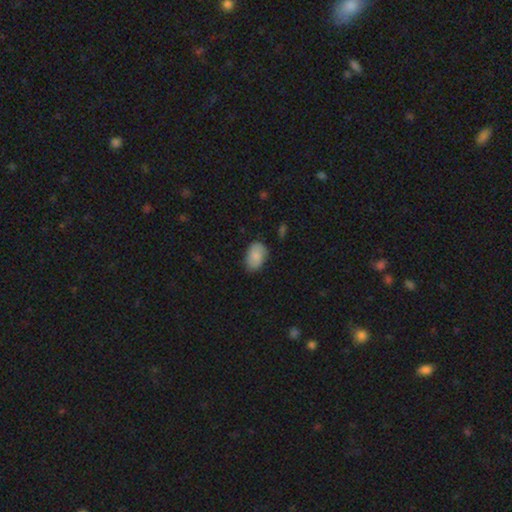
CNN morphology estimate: Q: Smooth or featured?
A: smooth (81%); runner-up: featured or disk (12%)
Q: How rounded?
A: in between (88%); runner-up: round (11%)
Q: Merging?
A: none (76%); runner-up: minor disturbance (19%)